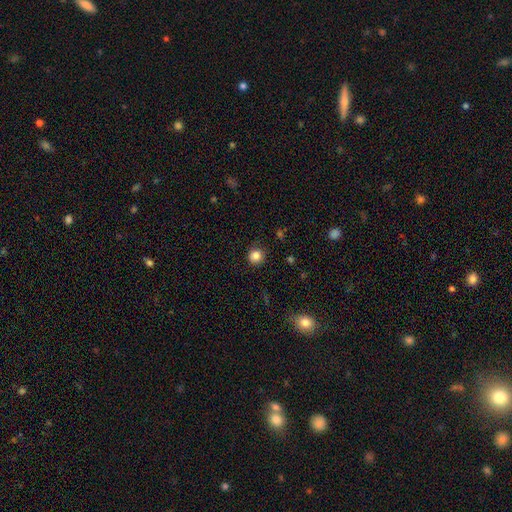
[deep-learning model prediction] Morphology: type=smooth (84%); roundness=round (91%); merging=none (86%).